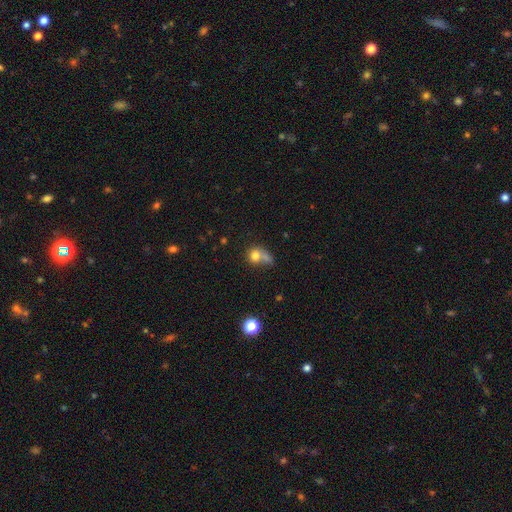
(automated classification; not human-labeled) smooth 75%, featured or disk 14%, star or artifact 11%. Down the decision tree: how rounded — round (72%); merging — merger (44%).